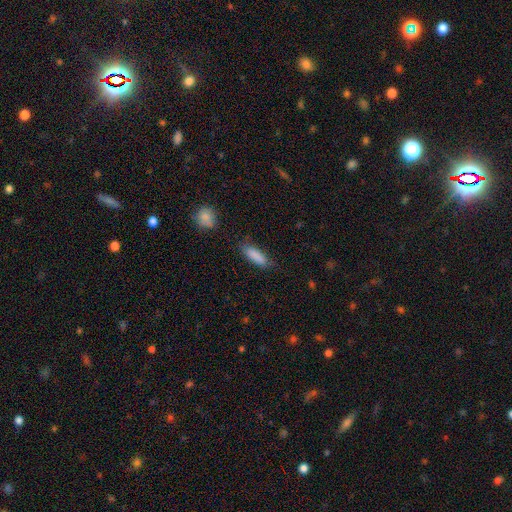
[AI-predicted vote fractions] This is clearly a smooth galaxy (86%). How rounded: possibly in between (51%). Merging: likely none (72%).